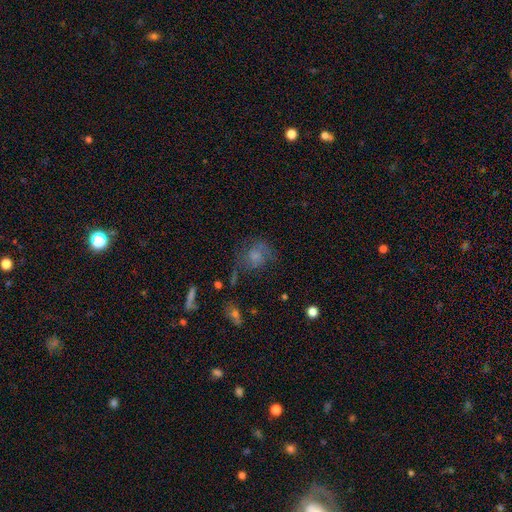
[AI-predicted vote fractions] smooth-or-featured: smooth: 52% | featured or disk: 32% | star or artifact: 16%
  how-rounded: round: 64% | in between: 34% | cigar-shaped: 2%
  merging: none: 49% | minor disturbance: 23% | major disturbance: 23% | merger: 5%